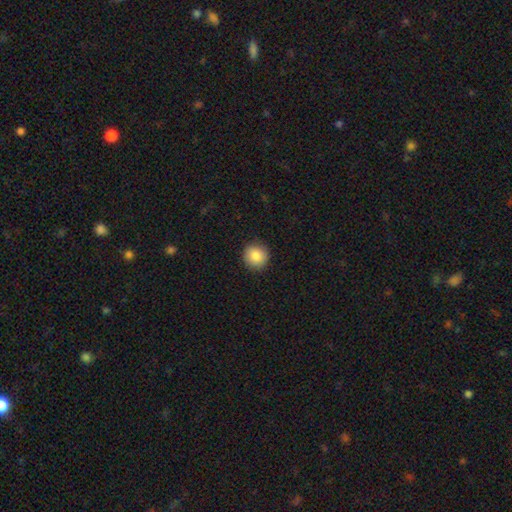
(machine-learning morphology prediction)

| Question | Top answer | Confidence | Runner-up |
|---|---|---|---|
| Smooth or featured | smooth | 86% | star or artifact (9%) |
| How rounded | round | 93% | in between (6%) |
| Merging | none | 91% | minor disturbance (7%) |